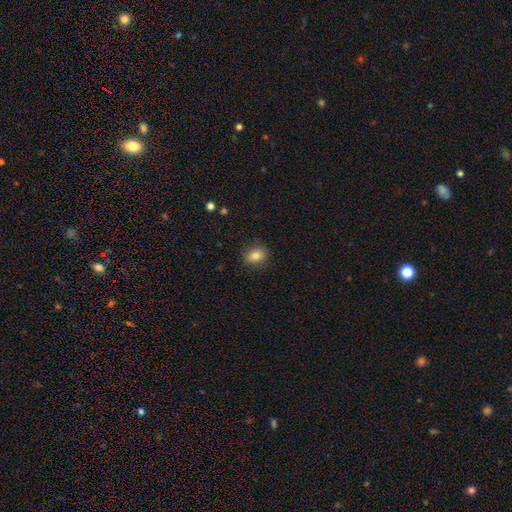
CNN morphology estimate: This appears to be a smooth galaxy with no disk features (82%) that is round (51%). Merging: none (87%).